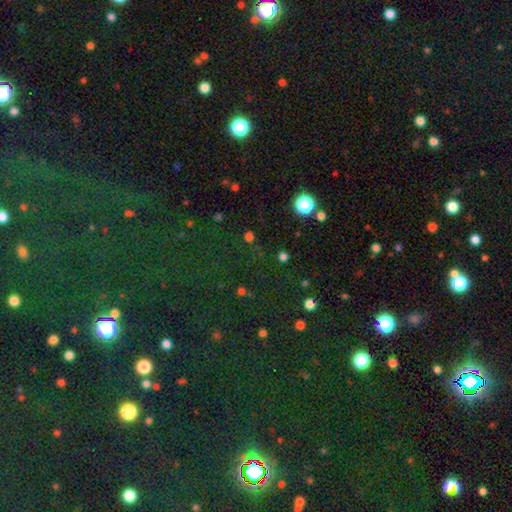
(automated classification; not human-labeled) A star or artifact, not a galaxy (78%).

Vote fractions:
- Smooth or featured? star or artifact: 78% / smooth: 15% / featured or disk: 7%